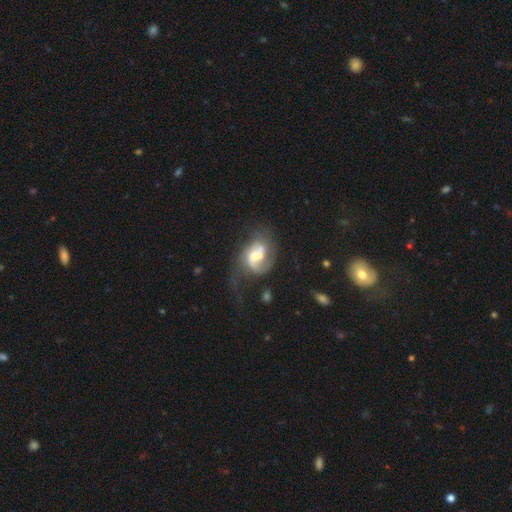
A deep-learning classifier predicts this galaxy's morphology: Overall: featured or disk (74%). Edge-on disk: no (98%). Bar: weak (45%; no 42%). Spiral arms: yes (86%). Spiral arm count: 2 (53%; 1 30%). Spiral winding: loose (46%; medium 39%). Bulge size: moderate (46%; small 28%). Merging: major disturbance (37%; none 33%).